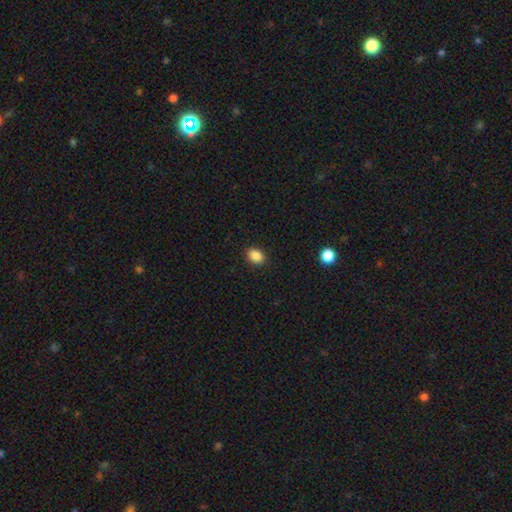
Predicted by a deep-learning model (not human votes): The model was most divided on "how rounded": in between: 74%, round: 25%, cigar-shaped: 1%. More confident: merging — none (89%); smooth or featured — smooth (87%).